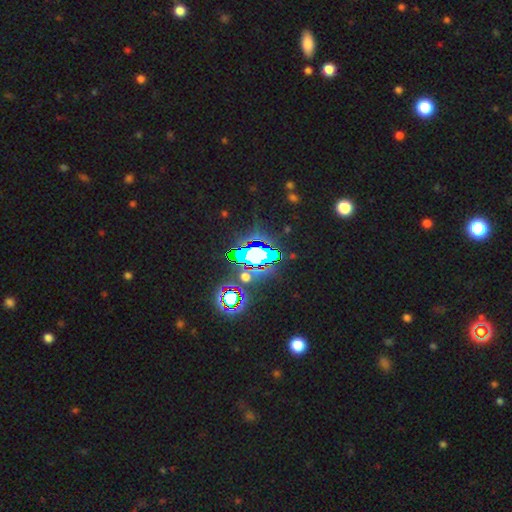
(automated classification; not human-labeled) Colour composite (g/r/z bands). It shows a star or artifact, not a galaxy (69%).